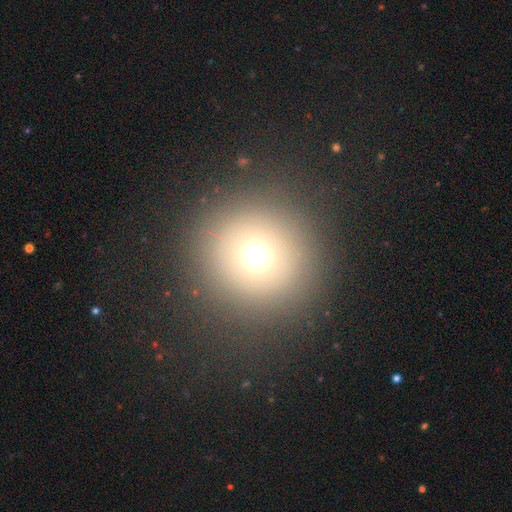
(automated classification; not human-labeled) This appears to be a smooth galaxy with no disk features (69%) that is round (95%). Merging: none (89%).